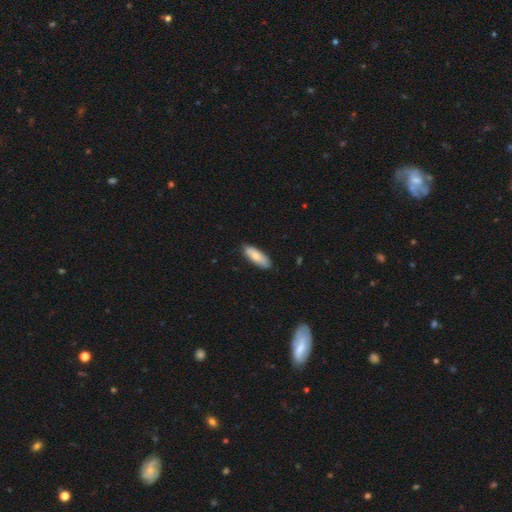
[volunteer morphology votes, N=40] smooth-or-featured: smooth: 82% | featured or disk: 10% | star or artifact: 8%
  how-rounded: in between: 58% | cigar-shaped: 36% | round: 6%
  merging: none: 81% | minor disturbance: 16% | merger: 3% | major disturbance: 0%